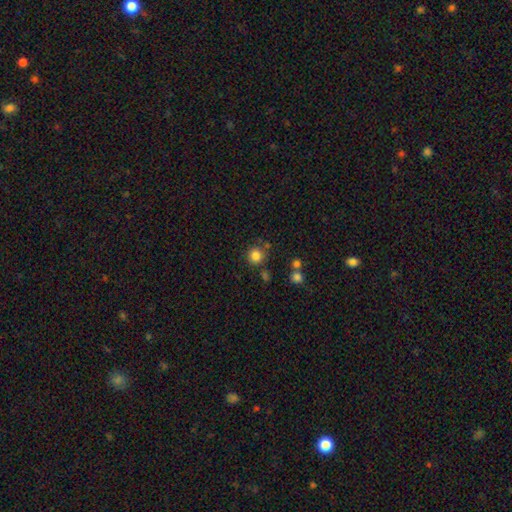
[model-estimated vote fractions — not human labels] This appears to be a smooth galaxy with no disk features (83%) that is round (91%). Merging: none (78%).